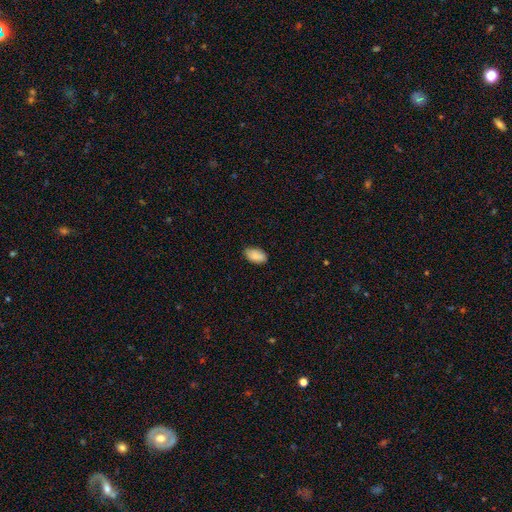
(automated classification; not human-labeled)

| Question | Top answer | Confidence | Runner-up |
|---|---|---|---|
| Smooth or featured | smooth | 87% | star or artifact (7%) |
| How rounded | in between | 93% | round (5%) |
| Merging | none | 79% | minor disturbance (17%) |